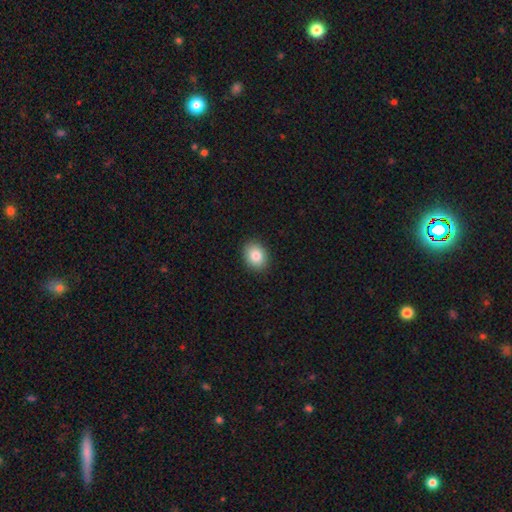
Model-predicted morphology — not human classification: This is clearly a smooth galaxy (85%). How rounded: possibly in between (54%). Merging: clearly none (90%).